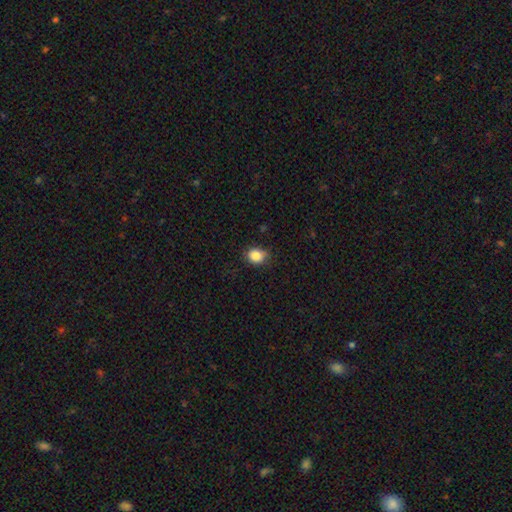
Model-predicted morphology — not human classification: This appears to be a smooth galaxy with no disk features (85%) that is round (63%). Merging: none (77%).